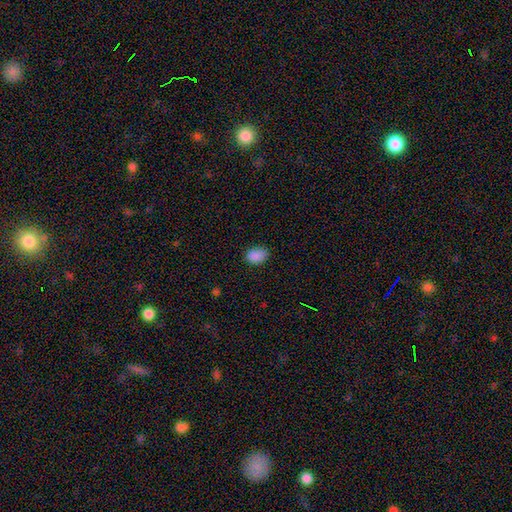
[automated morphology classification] type=smooth (87%); roundness=in between (74%); merging=none (76%).